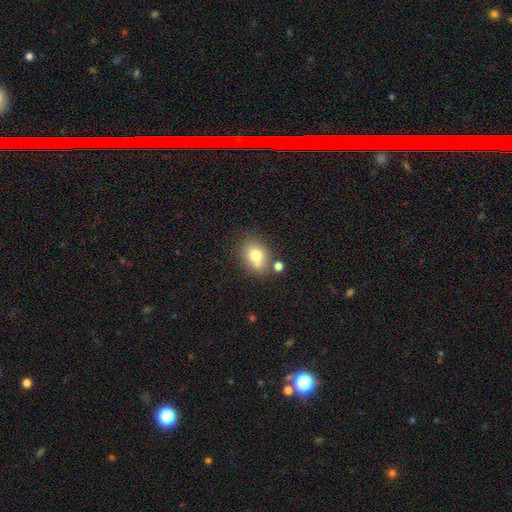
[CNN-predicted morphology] Smooth or featured? Predicted: smooth (p=0.74). How rounded? Predicted: in between (p=0.51). Merging? Predicted: none (p=0.63).